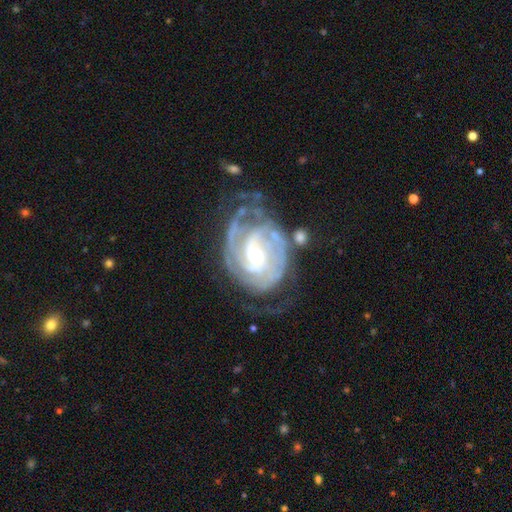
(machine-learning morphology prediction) This is clearly a featured or disk galaxy (91%). It is clearly not viewed edge-on (97%). Bar: possibly no (51%). Spiral arm pattern: clearly yes (97%). Spiral arm count: marginally 2 (32%). Spiral winding: likely tight (70%). Central bulge: possibly moderate (52%). Merging: possibly none (57%).